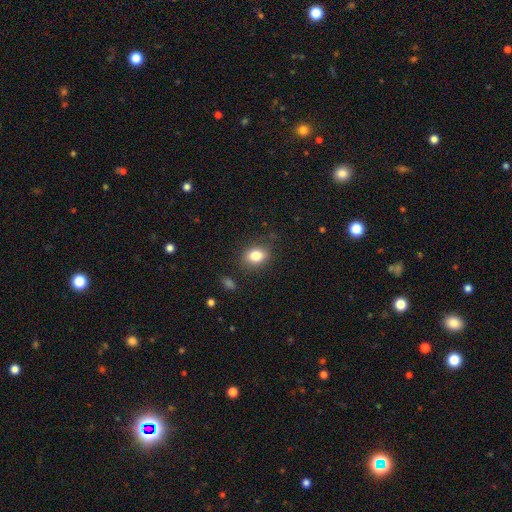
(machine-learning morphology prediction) type=smooth (82%); roundness=in between (63%); merging=none (80%).